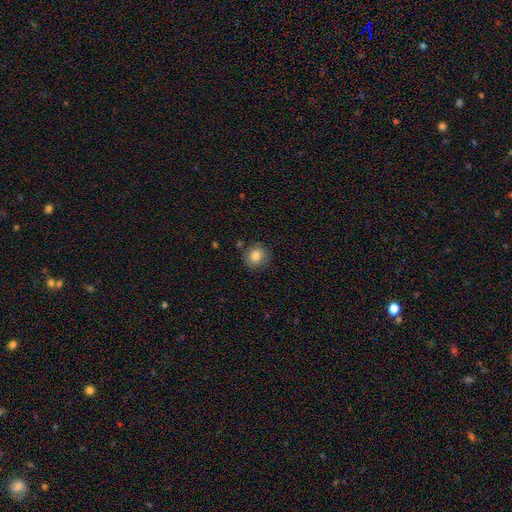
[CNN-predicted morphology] type=smooth (82%); roundness=round (84%); merging=none (81%).